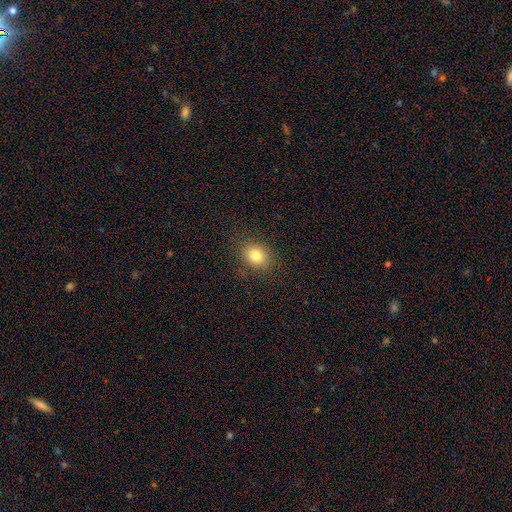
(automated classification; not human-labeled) This is clearly a smooth galaxy (80%). How rounded: possibly in between (51%). Merging: clearly none (85%).